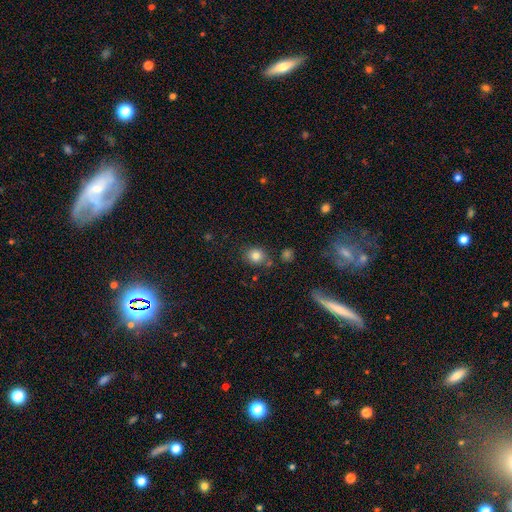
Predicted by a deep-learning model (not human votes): smooth-or-featured: smooth: 82% | star or artifact: 11% | featured or disk: 7%
  how-rounded: round: 76% | in between: 23% | cigar-shaped: 1%
  merging: none: 79% | minor disturbance: 11% | merger: 6% | major disturbance: 3%